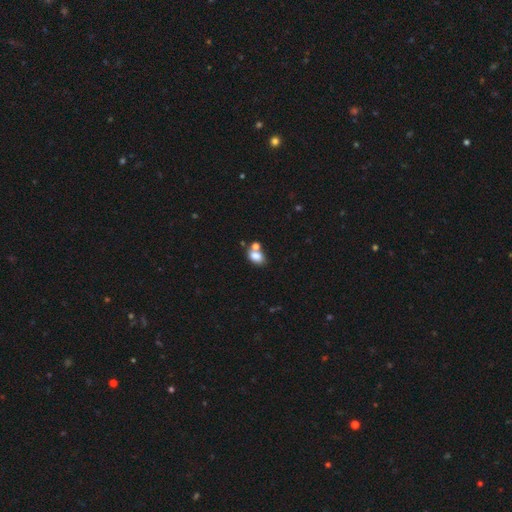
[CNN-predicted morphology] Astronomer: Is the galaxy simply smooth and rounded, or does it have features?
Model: smooth — 79%.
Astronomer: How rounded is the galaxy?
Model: in between — 81%.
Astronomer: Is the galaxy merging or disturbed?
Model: none — 45% (runner-up: merger, 39%).